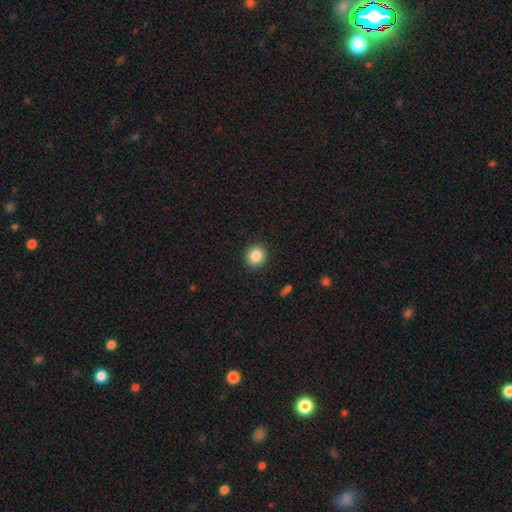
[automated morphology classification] A smooth galaxy with no disk features (86%) that is round (86%). Merging: none (91%).